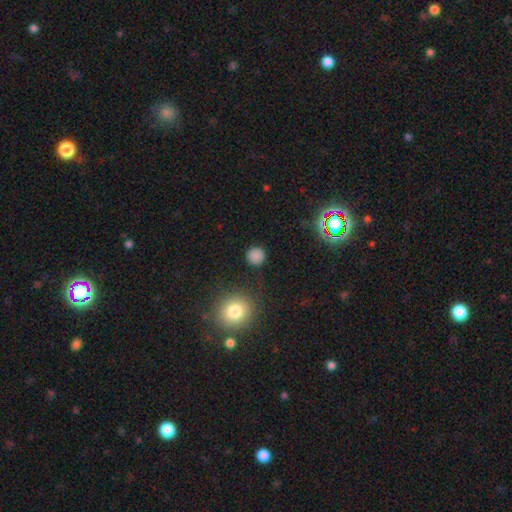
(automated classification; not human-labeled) Morphology: type=smooth (80%); roundness=round (93%); merging=none (86%).